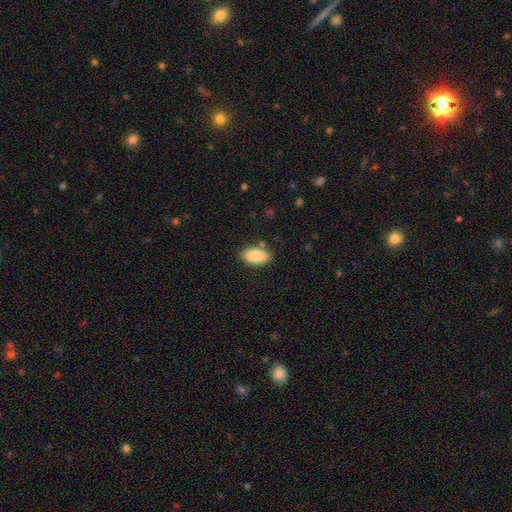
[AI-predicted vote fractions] This appears to be a smooth galaxy with no disk features (88%) that is in between round and cigar-shaped (94%). Merging: none (81%).